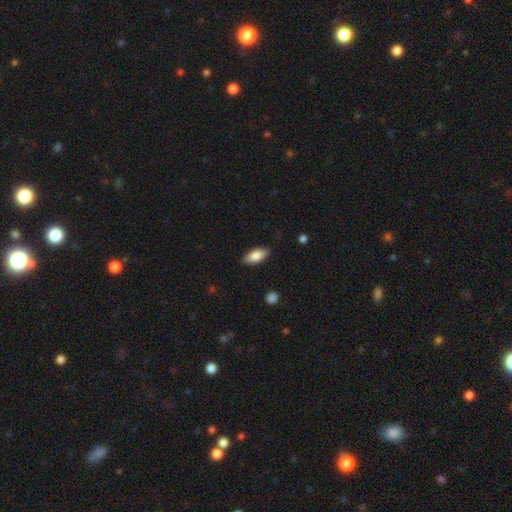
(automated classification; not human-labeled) Morphology: type=smooth (81%); roundness=in between (85%); merging=none (86%).